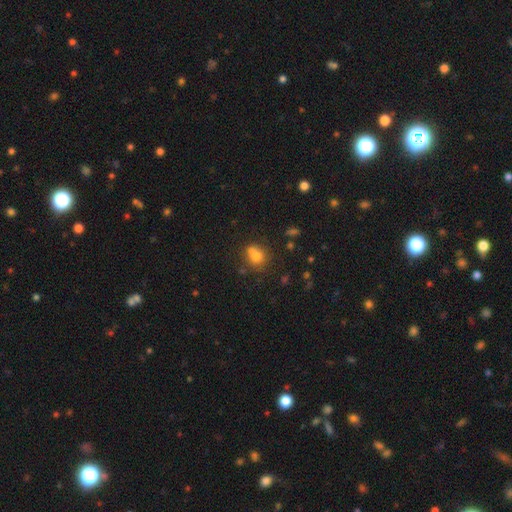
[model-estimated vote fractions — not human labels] smooth 72%, featured or disk 14%, star or artifact 13%. Down the decision tree: how rounded — round (74%); merging — none (43%).